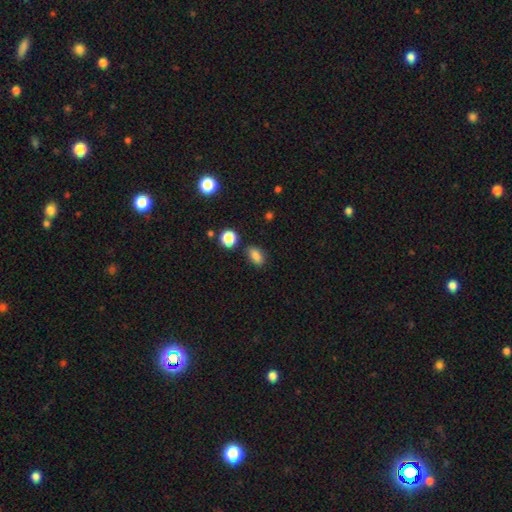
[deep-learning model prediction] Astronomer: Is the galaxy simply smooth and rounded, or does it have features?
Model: smooth — 83%.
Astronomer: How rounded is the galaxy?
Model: in between — 82%.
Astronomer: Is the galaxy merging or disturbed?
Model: none — 82%.